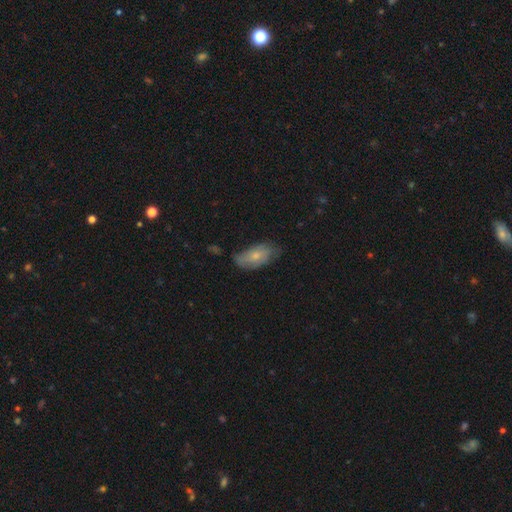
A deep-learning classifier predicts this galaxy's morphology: The model was most divided on "merging": none: 54%, minor disturbance: 35%, major disturbance: 8%, merger: 3%. More confident: how rounded — in between (91%); smooth or featured — smooth (69%).